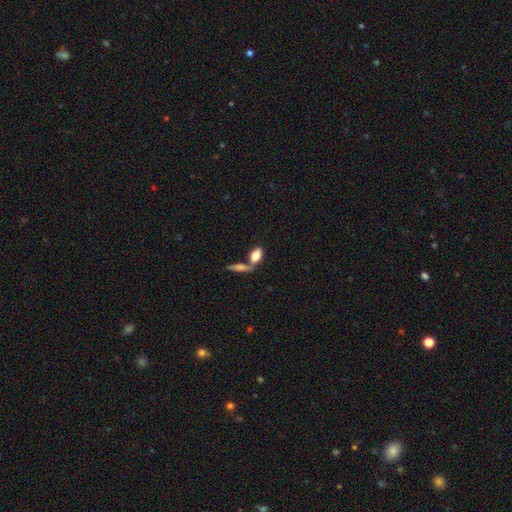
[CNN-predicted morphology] Smooth or featured?
  - smooth: 79% *
  - featured or disk: 14%
  - star or artifact: 7%
How rounded?
  - in between: 87% *
  - cigar-shaped: 7%
  - round: 6%
Merging?
  - none: 49% *
  - merger: 35%
  - minor disturbance: 11%
  - major disturbance: 4%